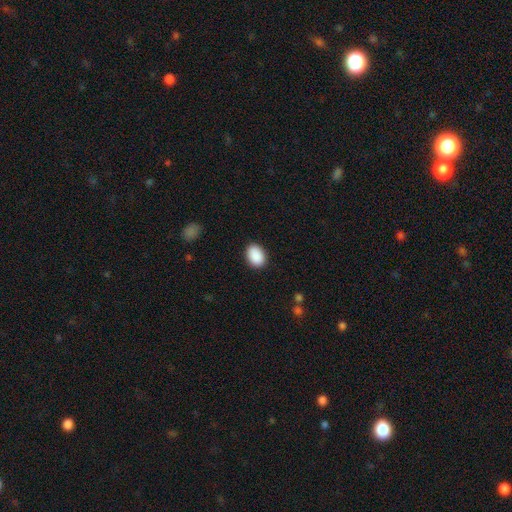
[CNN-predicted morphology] Smooth or featured? Predicted: smooth (p=0.91). How rounded? Predicted: in between (p=0.79). Merging? Predicted: none (p=0.88).